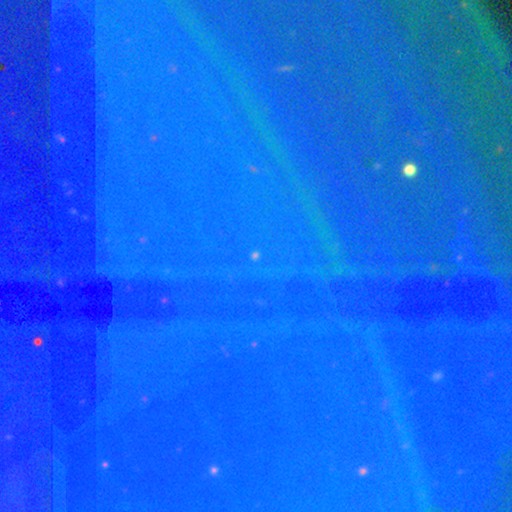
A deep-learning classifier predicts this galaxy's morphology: A star or artifact, not a galaxy (84%).

Vote fractions:
- Smooth or featured? star or artifact: 84% / smooth: 8% / featured or disk: 7%